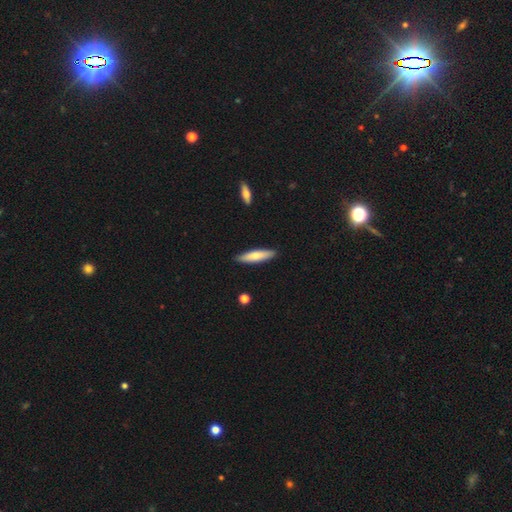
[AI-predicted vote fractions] smooth-or-featured: smooth: 71% | featured or disk: 24% | star or artifact: 5%
  how-rounded: cigar-shaped: 77% | in between: 22% | round: 1%
  merging: none: 89% | minor disturbance: 8% | major disturbance: 1% | merger: 1%